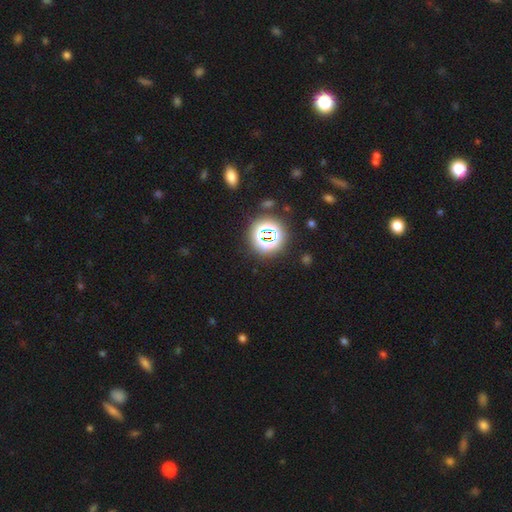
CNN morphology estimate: smooth_or_featured: star or artifact (p=0.78) [alt: smooth p=0.15]